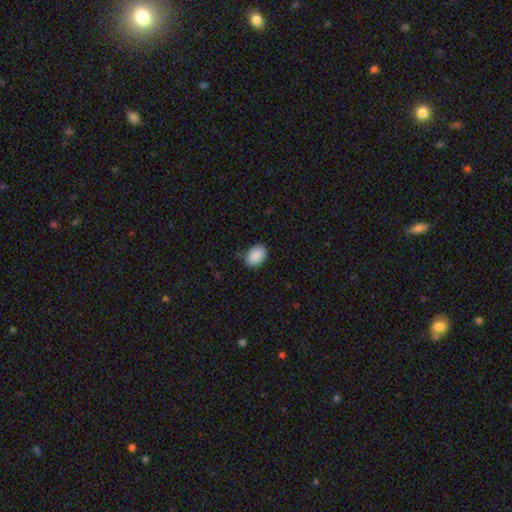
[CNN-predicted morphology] Smooth or featured: smooth — 90% (star or artifact — 7%)
How rounded: in between — 81% (round — 18%)
Merging: none — 84% (minor disturbance — 12%)